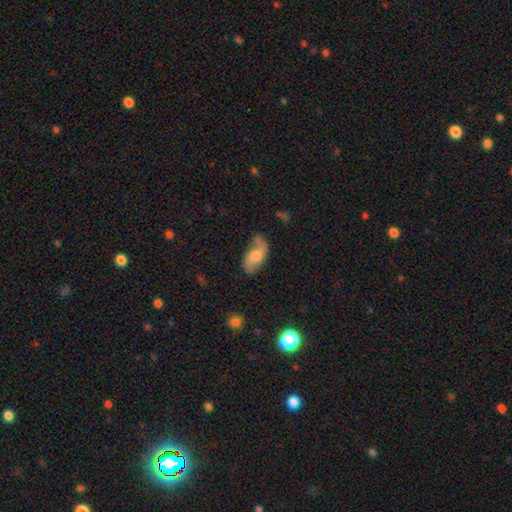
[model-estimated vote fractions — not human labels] The model was most divided on "bar": no: 55%, weak: 37%, strong: 7%. Remaining: edge-on disk — no (94%); spiral arms — yes (90%); spiral arm count — 2 (89%); spiral winding — loose (67%); merging — none (66%); smooth or featured — featured or disk (64%); bulge size — moderate (48%).